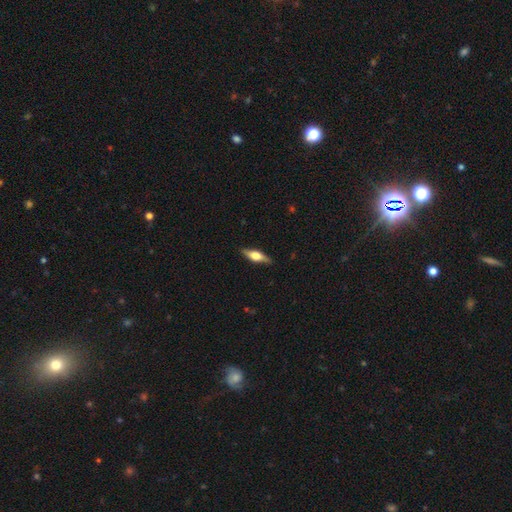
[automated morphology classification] Overall: featured or disk (52%; smooth 43%). Edge-on disk: yes (91%). Merging: none (86%).